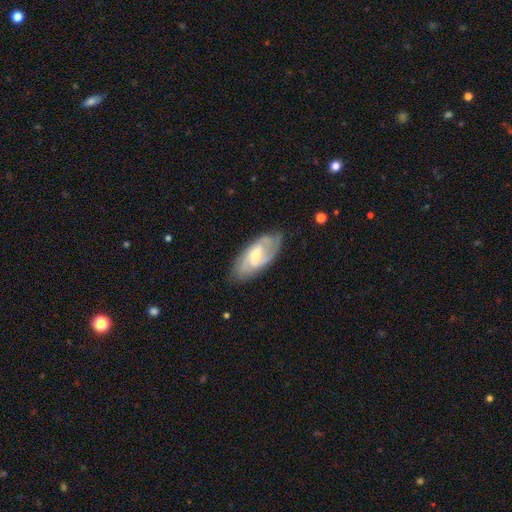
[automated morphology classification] This is likely a featured or disk galaxy (74%). It is clearly not viewed edge-on (93%). Bar: possibly weak (49%). Spiral arm pattern: clearly yes (92%). Spiral arm count: marginally 2 (45%). Spiral winding: possibly tight (45%). Central bulge: possibly small (49%). Merging: likely none (73%).